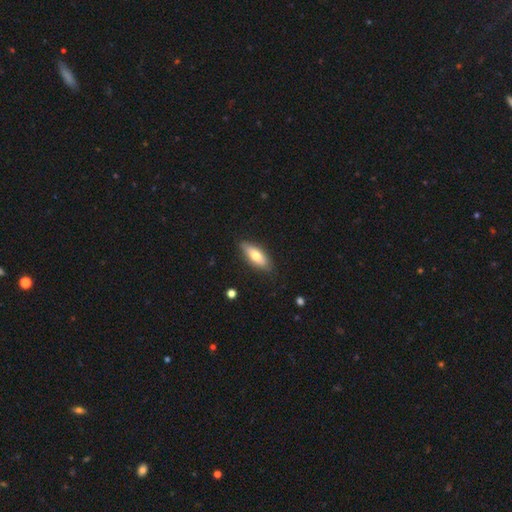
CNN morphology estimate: A smooth galaxy with no disk features (67%) that is in between round and cigar-shaped (69%). Merging: none (83%).